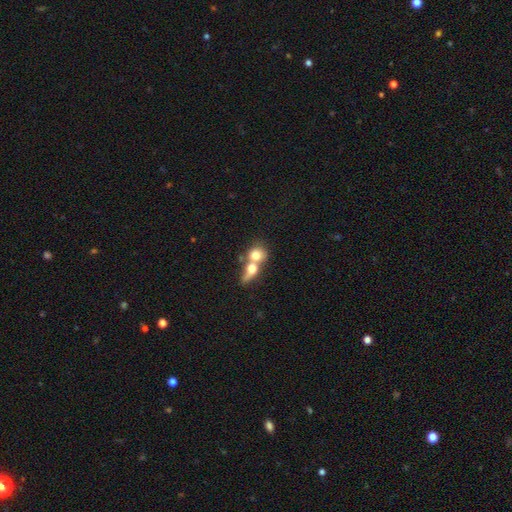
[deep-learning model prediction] A smooth galaxy with no disk features (70%) that is round (63%).

Vote fractions:
- Smooth or featured? smooth: 70% / featured or disk: 22% / star or artifact: 9%
- How rounded? round: 63% / in between: 33% / cigar-shaped: 5%
- Merging? merger: 74% / none: 17% / minor disturbance: 5% / major disturbance: 4%